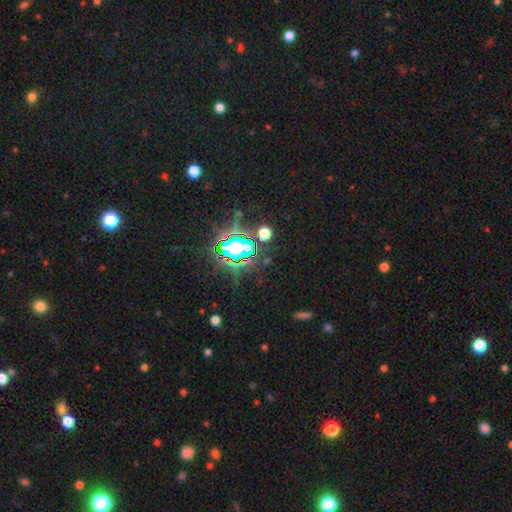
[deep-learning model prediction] Q: Smooth or featured?
A: star or artifact (82%); runner-up: smooth (11%)